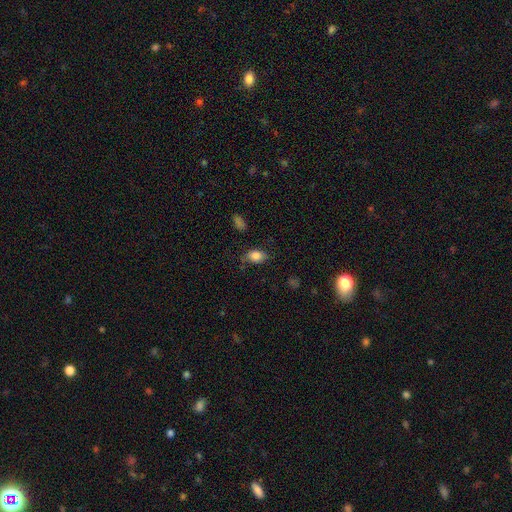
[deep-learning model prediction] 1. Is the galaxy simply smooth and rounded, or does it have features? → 84% smooth, 9% star or artifact, 8% featured or disk.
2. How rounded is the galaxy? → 82% in between, 16% round, 2% cigar-shaped.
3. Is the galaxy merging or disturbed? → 69% none, 23% minor disturbance, 6% major disturbance, 2% merger.